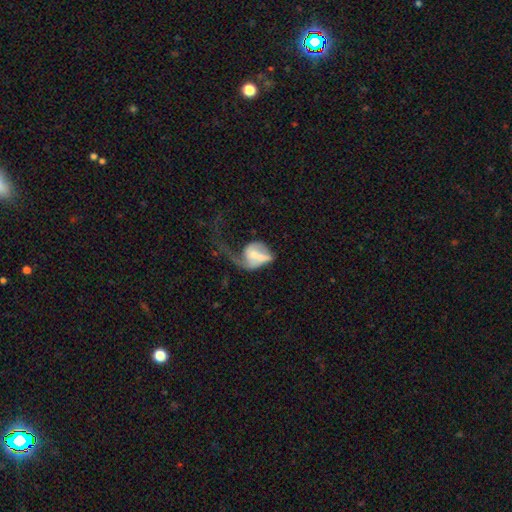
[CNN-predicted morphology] featured or disk 56%, smooth 37%, star or artifact 7%. Down the decision tree: edge-on disk — no (97%); bar — no (64%); spiral arms — yes (60%); bulge size — moderate (37%); merging — major disturbance (45%).